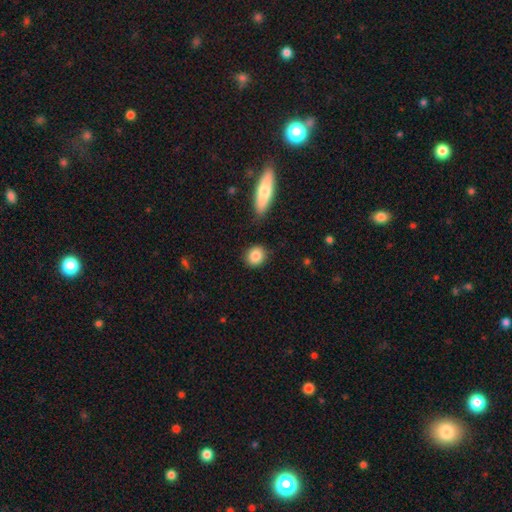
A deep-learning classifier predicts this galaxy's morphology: A smooth galaxy with no disk features (86%) that is round (77%).

Vote fractions:
- Smooth or featured? smooth: 86% / star or artifact: 8% / featured or disk: 6%
- How rounded? round: 77% / in between: 21% / cigar-shaped: 2%
- Merging? none: 86% / minor disturbance: 9% / merger: 3% / major disturbance: 3%